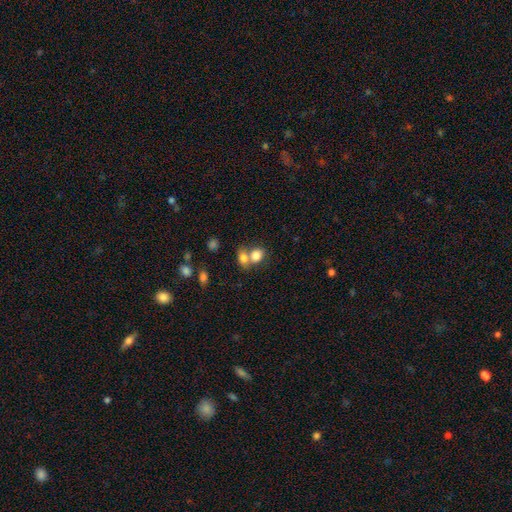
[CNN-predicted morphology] type=smooth (79%); roundness=in between (51%); merging=merger (57%).